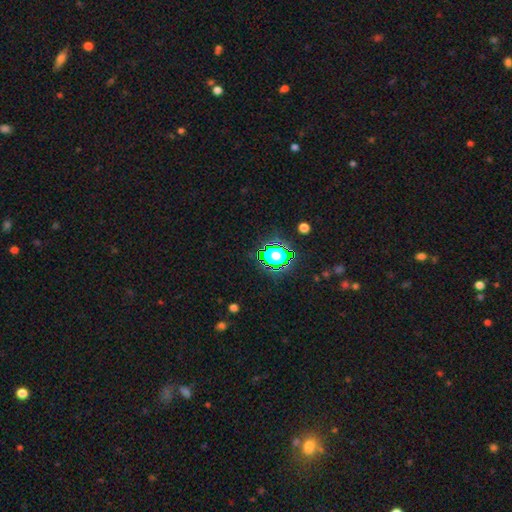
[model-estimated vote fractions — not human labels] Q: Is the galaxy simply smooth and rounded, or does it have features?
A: star or artifact — 77%.